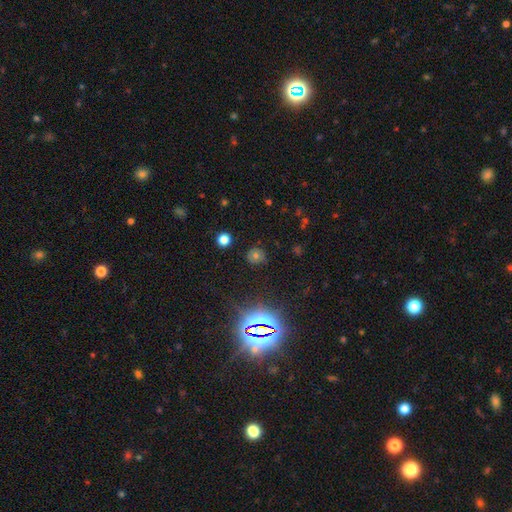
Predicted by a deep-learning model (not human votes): Smooth or featured? smooth (59%)
How rounded? round (88%)
Merging? none (85%)